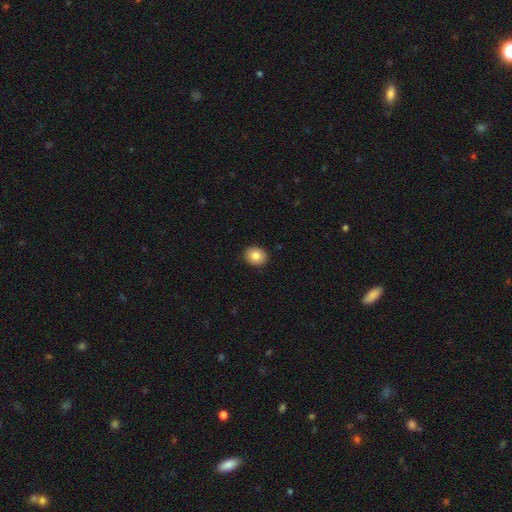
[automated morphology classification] Q: Smooth or featured?
A: smooth (84%); runner-up: star or artifact (9%)
Q: How rounded?
A: round (63%); runner-up: in between (36%)
Q: Merging?
A: none (91%); runner-up: minor disturbance (7%)